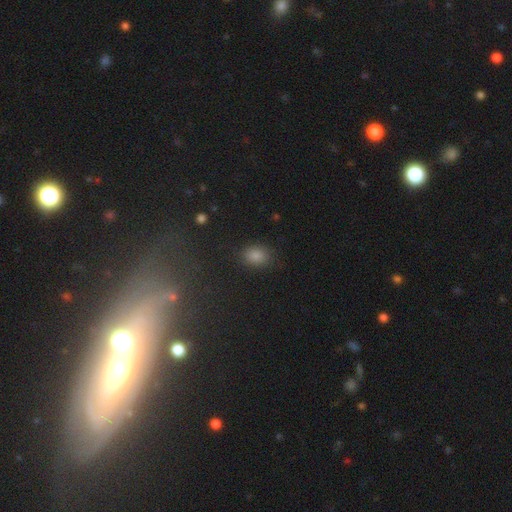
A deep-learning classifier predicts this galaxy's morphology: Smooth or featured: smooth — 83% (star or artifact — 13%)
How rounded: in between — 67% (round — 32%)
Merging: none — 83% (minor disturbance — 12%)